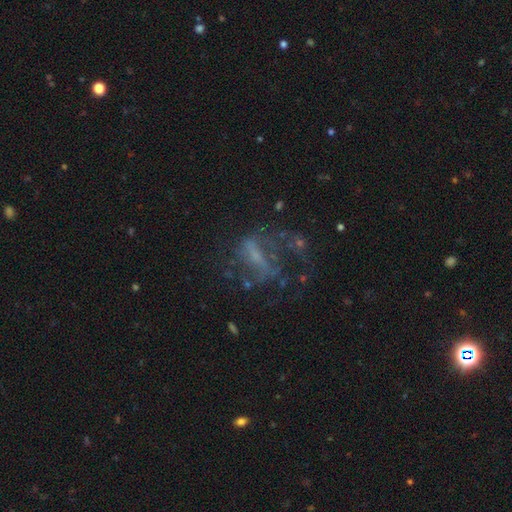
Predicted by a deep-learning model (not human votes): Smooth or featured? featured or disk (63%)
Edge-on disk? no (93%)
Bar? weak (39%)
Spiral arms? yes (51%)
Bulge size? small (43%)
Merging? none (40%)